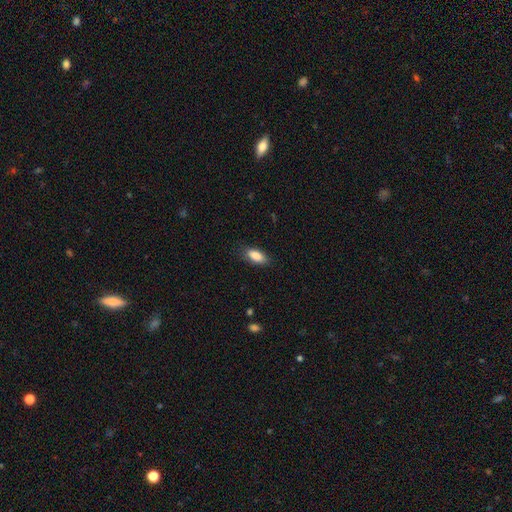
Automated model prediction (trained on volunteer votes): smooth_or_featured: smooth (p=0.88) [alt: star or artifact p=0.07]
how_rounded: in between (p=0.85) [alt: cigar-shaped p=0.13]
merging: none (p=0.83) [alt: minor disturbance p=0.13]